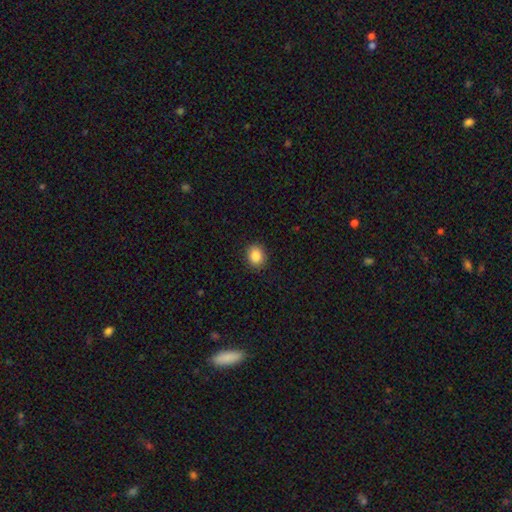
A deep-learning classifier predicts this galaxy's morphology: Smooth or featured: smooth — 86% (star or artifact — 9%)
How rounded: round — 65% (in between — 34%)
Merging: none — 90% (minor disturbance — 7%)